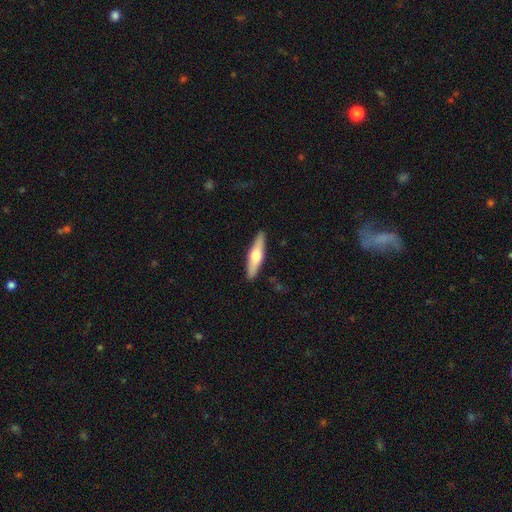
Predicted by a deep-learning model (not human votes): smooth_or_featured: smooth (p=0.49) [alt: featured or disk p=0.46]
merging: none (p=0.90) [alt: minor disturbance p=0.07]